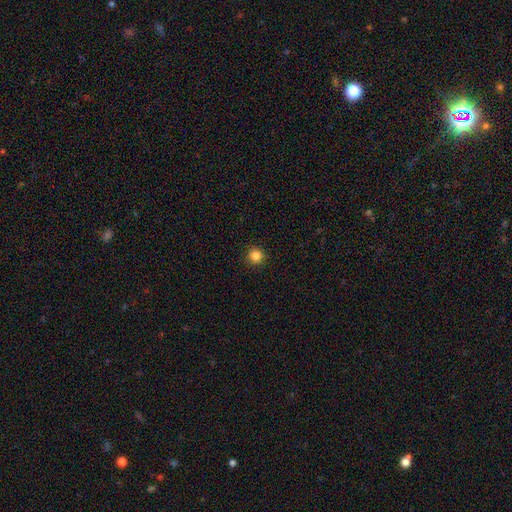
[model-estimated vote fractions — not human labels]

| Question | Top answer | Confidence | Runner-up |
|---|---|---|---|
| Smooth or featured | smooth | 85% | star or artifact (11%) |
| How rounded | round | 96% | in between (3%) |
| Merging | none | 93% | minor disturbance (4%) |